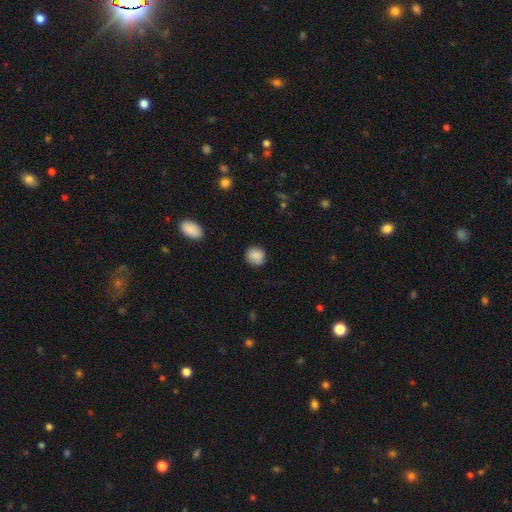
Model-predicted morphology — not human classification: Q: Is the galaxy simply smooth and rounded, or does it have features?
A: smooth — 88%.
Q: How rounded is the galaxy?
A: round — 86%.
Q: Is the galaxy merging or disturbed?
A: none — 85%.